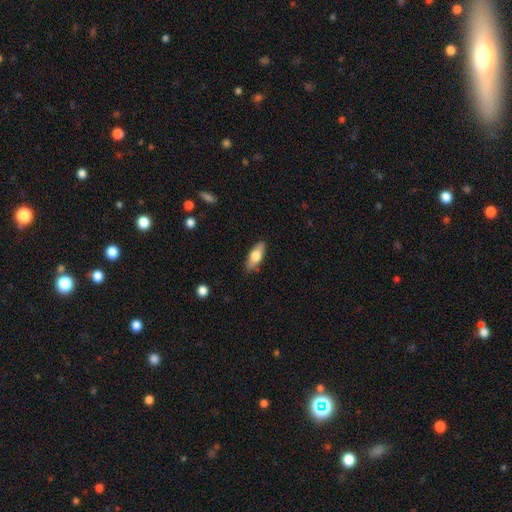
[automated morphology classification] Smooth or featured? smooth (65%)
How rounded? in between (74%)
Merging? none (85%)